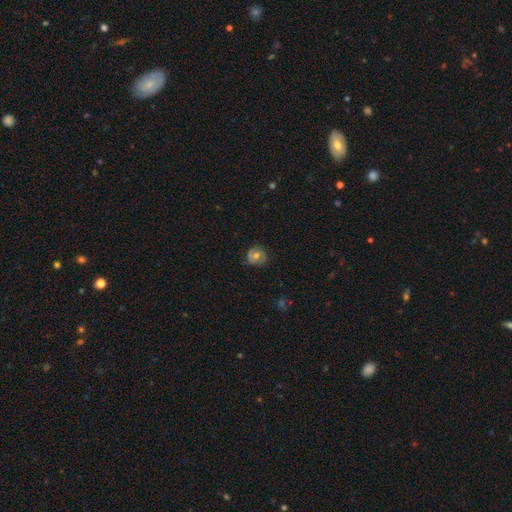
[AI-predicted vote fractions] Smooth or featured?
  - smooth: 46% *
  - featured or disk: 44%
  - star or artifact: 10%
Merging?
  - none: 73% *
  - minor disturbance: 19%
  - major disturbance: 5%
  - merger: 2%